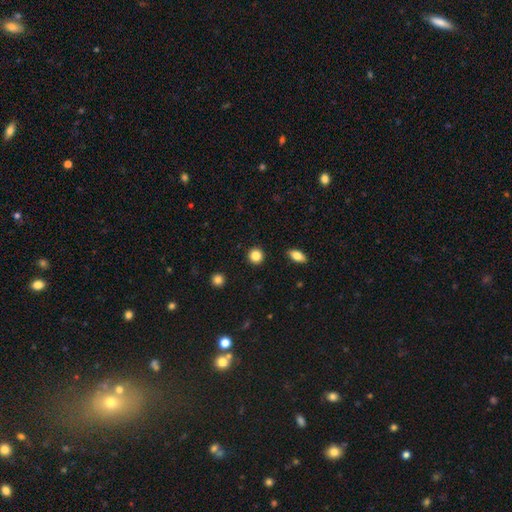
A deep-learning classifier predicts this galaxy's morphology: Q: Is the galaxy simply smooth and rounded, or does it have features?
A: smooth — 86%.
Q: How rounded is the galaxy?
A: round — 93%.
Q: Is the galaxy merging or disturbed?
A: none — 92%.